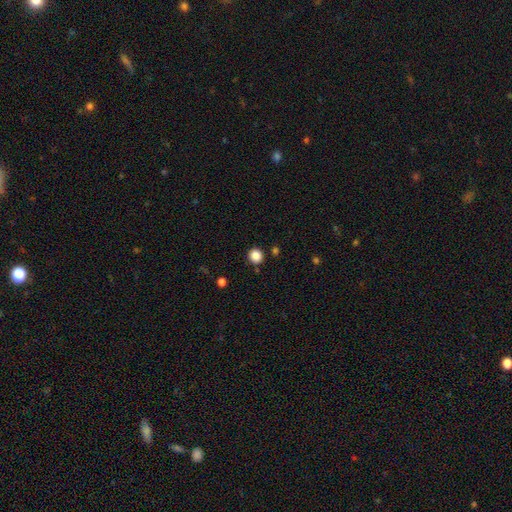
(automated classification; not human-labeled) This is clearly a smooth galaxy (86%). How rounded: clearly round (91%). Merging: clearly none (89%).